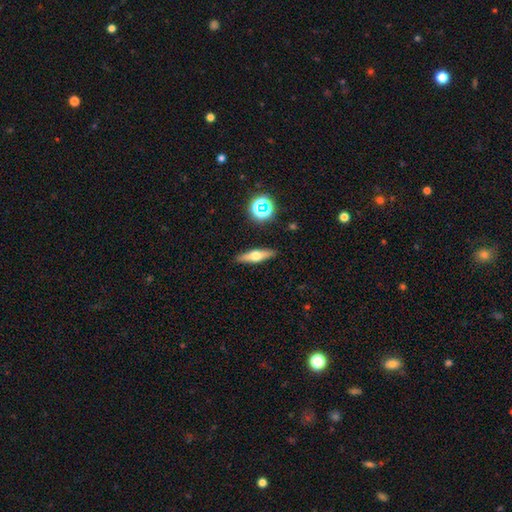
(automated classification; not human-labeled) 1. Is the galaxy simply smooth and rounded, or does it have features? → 46% featured or disk, 45% smooth, 9% star or artifact.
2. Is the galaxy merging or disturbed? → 89% none, 7% minor disturbance, 2% major disturbance, 2% merger.